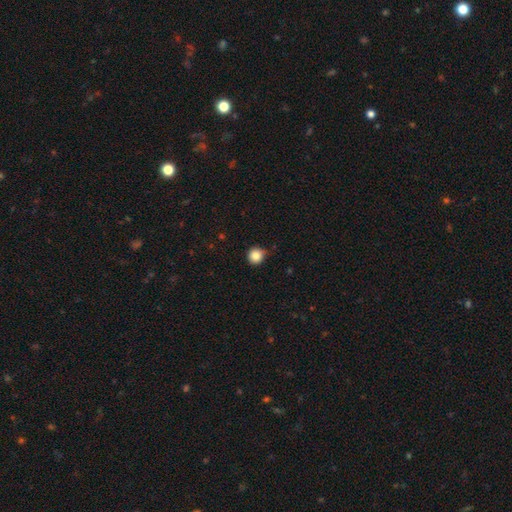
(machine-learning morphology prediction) This is clearly a smooth galaxy (85%). How rounded: clearly round (94%). Merging: likely none (80%).